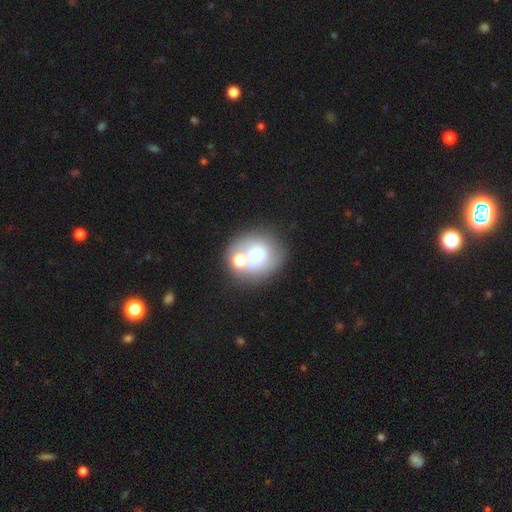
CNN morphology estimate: type=smooth (67%); roundness=round (72%); merging=none (54%).